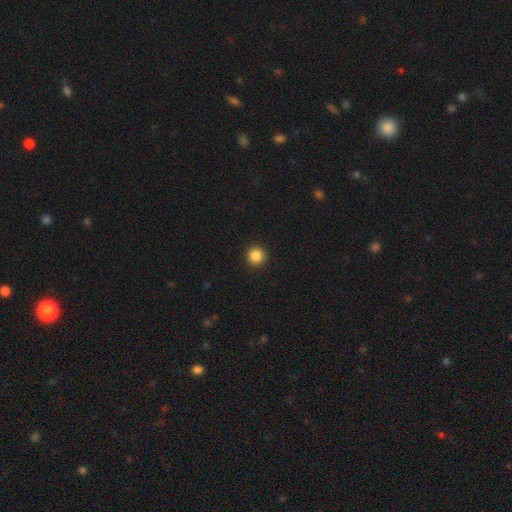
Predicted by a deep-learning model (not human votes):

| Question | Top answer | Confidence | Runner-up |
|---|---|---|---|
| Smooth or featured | smooth | 86% | star or artifact (11%) |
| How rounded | round | 95% | in between (4%) |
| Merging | none | 93% | minor disturbance (4%) |